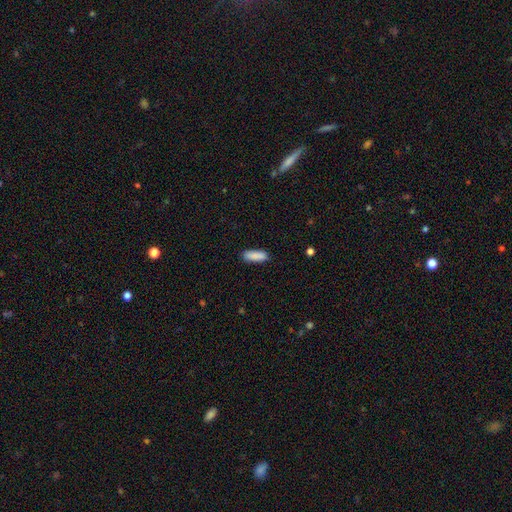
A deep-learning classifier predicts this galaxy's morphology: A smooth galaxy with no disk features (90%) that is in between round and cigar-shaped (56%). Merging: none (86%).